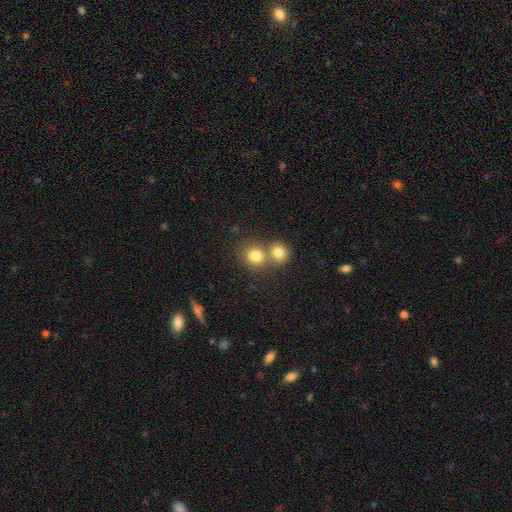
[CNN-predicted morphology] A smooth galaxy with no disk features (80%) that is round (84%). Merging: none (50%).